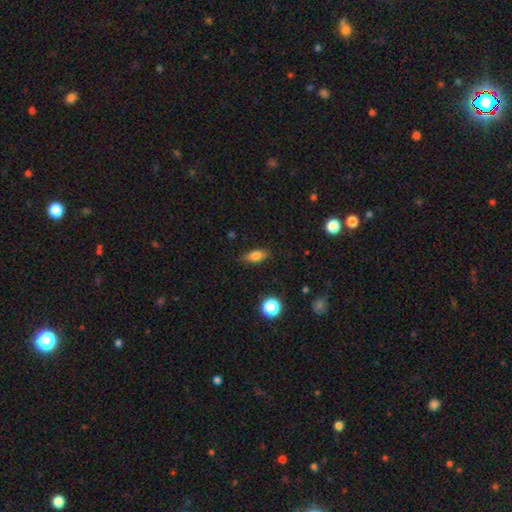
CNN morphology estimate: smooth-or-featured: smooth: 80% | featured or disk: 10% | star or artifact: 10%
  how-rounded: in between: 79% | cigar-shaped: 14% | round: 6%
  merging: none: 82% | minor disturbance: 14% | major disturbance: 3% | merger: 1%